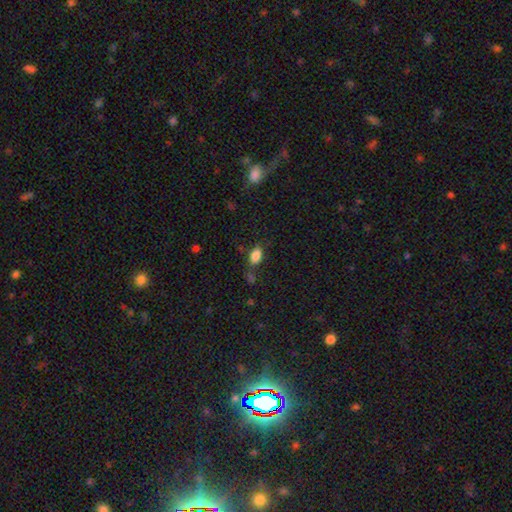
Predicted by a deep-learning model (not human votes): Smooth or featured: smooth — 85% (star or artifact — 10%)
How rounded: in between — 90% (round — 6%)
Merging: none — 69% (minor disturbance — 18%)